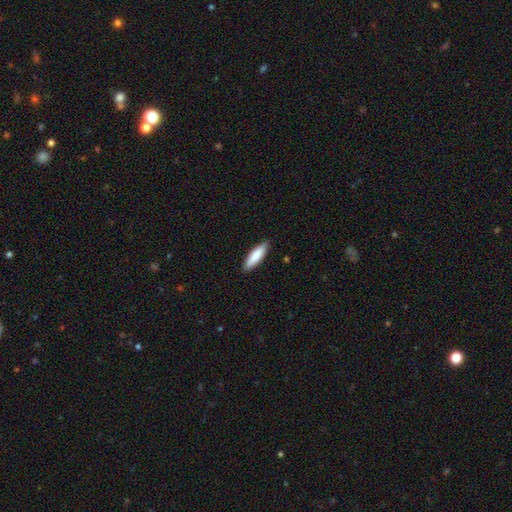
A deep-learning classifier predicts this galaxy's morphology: Smooth or featured? smooth (84%)
How rounded? cigar-shaped (63%)
Merging? none (88%)